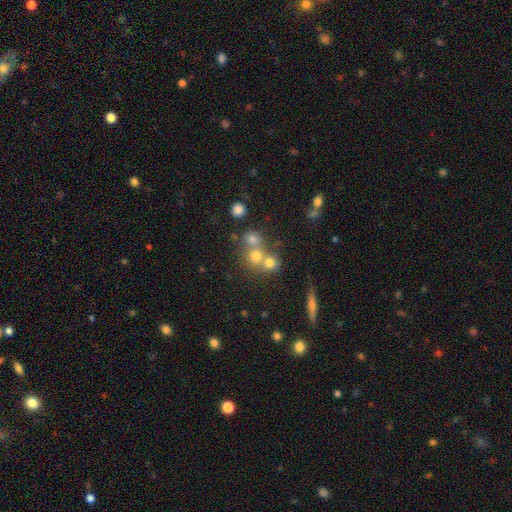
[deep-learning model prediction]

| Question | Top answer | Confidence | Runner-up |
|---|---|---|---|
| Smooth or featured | smooth | 69% | star or artifact (17%) |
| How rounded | round | 85% | in between (13%) |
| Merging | merger | 47% | none (44%) |